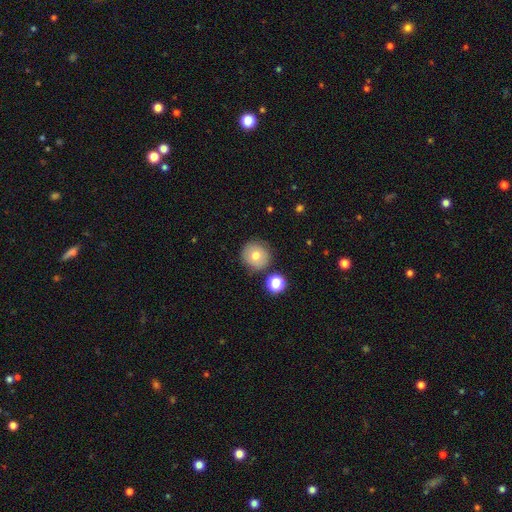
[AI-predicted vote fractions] smooth_or_featured: smooth (p=0.73) [alt: featured or disk p=0.17]
how_rounded: round (p=0.95) [alt: in between p=0.04]
merging: none (p=0.81) [alt: minor disturbance p=0.10]